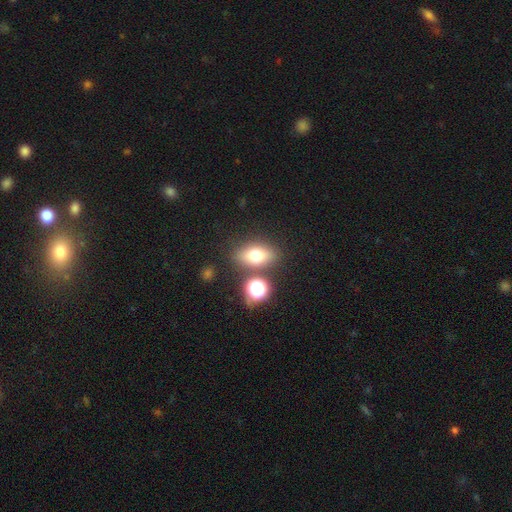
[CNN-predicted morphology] type=smooth (70%); roundness=in between (75%); merging=none (76%).